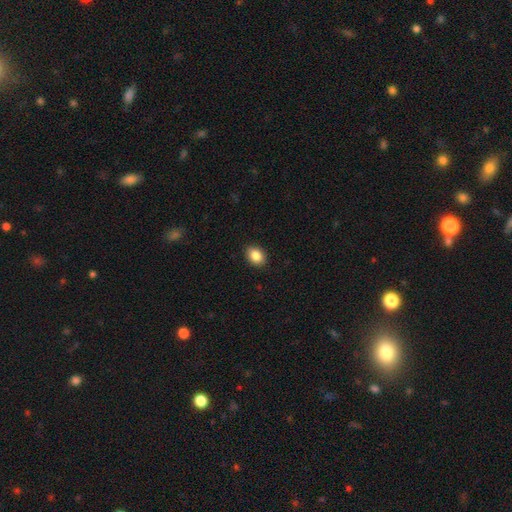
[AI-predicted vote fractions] A smooth galaxy with no disk features (87%) that is in between round and cigar-shaped (73%). Merging: none (90%).